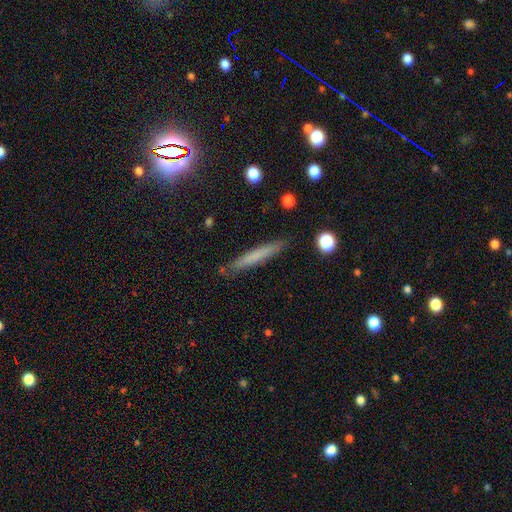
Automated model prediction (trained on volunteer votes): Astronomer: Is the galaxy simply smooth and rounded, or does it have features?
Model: smooth — 64%.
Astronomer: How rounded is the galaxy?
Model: cigar-shaped — 95%.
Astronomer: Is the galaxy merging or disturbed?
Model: none — 87%.